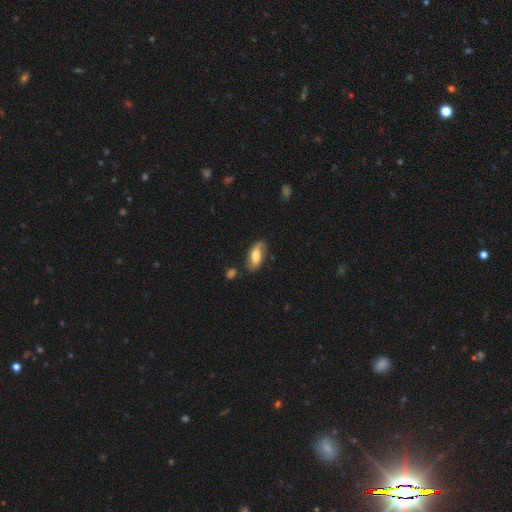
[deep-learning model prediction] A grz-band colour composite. It shows a smooth galaxy with no disk features (57%) that is in between round and cigar-shaped (86%). Merging: none (70%).